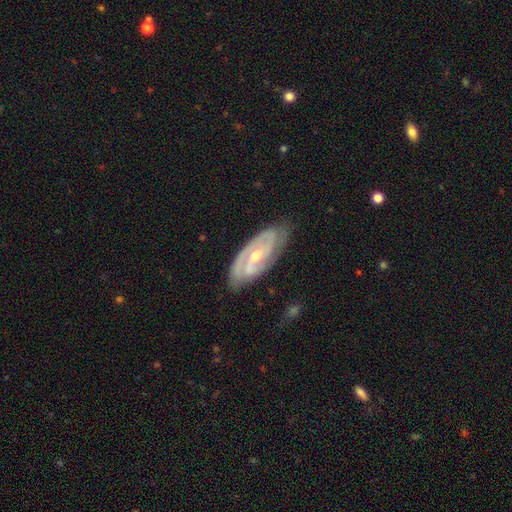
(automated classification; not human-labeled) A featured or disk galaxy (87%) with a weak bar (42%), 2 (79%) tight (50%) spiral arms (94%) and a moderate central bulge (55%). Merging: none (79%).